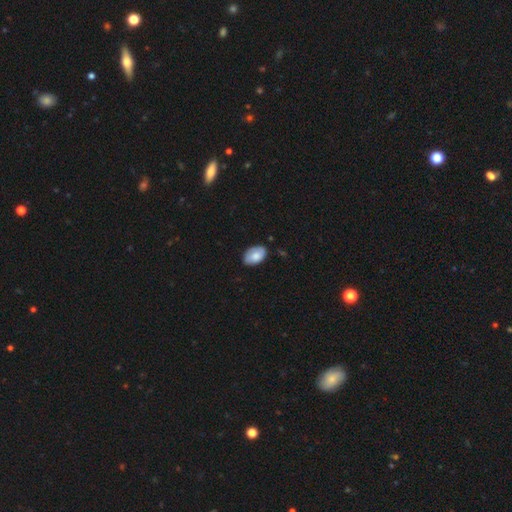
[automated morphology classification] Q: Smooth or featured?
A: smooth (78%); runner-up: featured or disk (16%)
Q: How rounded?
A: in between (92%); runner-up: round (7%)
Q: Merging?
A: none (78%); runner-up: minor disturbance (18%)